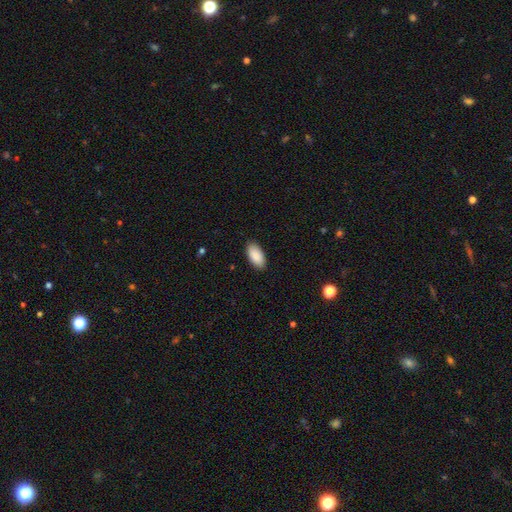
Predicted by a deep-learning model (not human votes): Overall: smooth (91%). How rounded: in between (94%). Merging: none (88%).